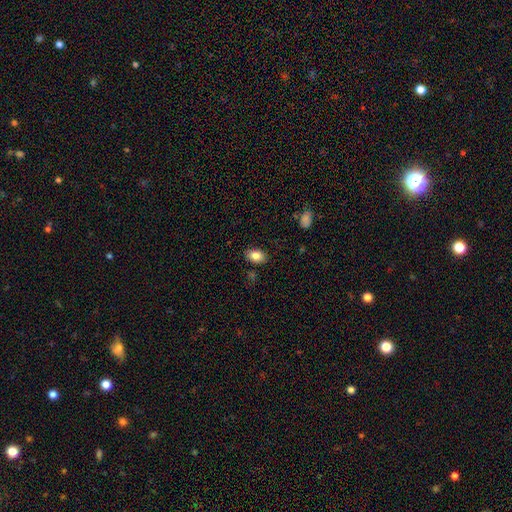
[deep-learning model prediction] Q: Smooth or featured?
A: smooth (83%); runner-up: featured or disk (9%)
Q: How rounded?
A: in between (87%); runner-up: round (12%)
Q: Merging?
A: none (85%); runner-up: minor disturbance (11%)